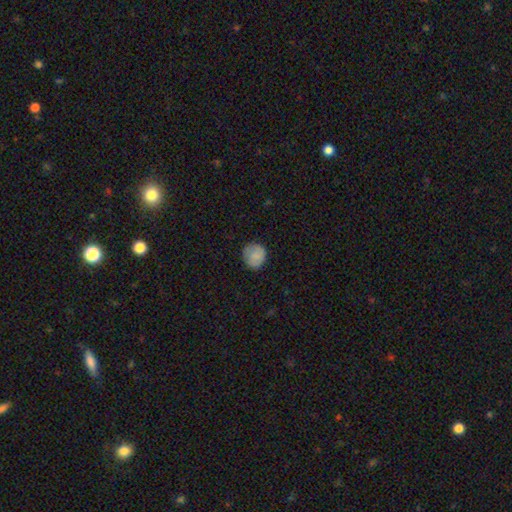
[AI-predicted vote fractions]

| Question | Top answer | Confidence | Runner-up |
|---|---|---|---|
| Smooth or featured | smooth | 83% | featured or disk (9%) |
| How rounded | round | 88% | in between (11%) |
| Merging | none | 80% | minor disturbance (16%) |